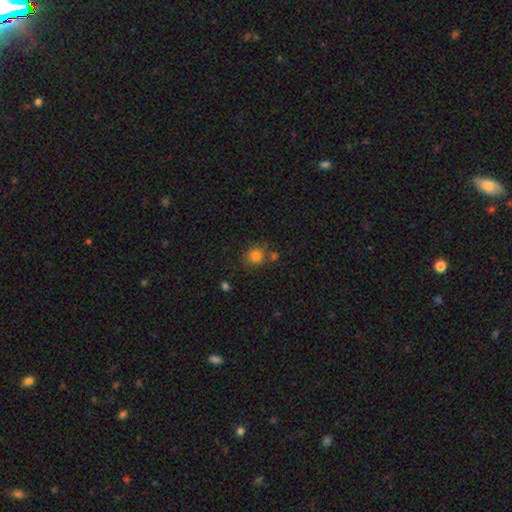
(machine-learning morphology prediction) A smooth galaxy with no disk features (81%) that is round (87%).

Vote fractions:
- Smooth or featured? smooth: 81% / star or artifact: 12% / featured or disk: 7%
- How rounded? round: 87% / in between: 12% / cigar-shaped: 1%
- Merging? none: 69% / merger: 14% / minor disturbance: 13% / major disturbance: 4%